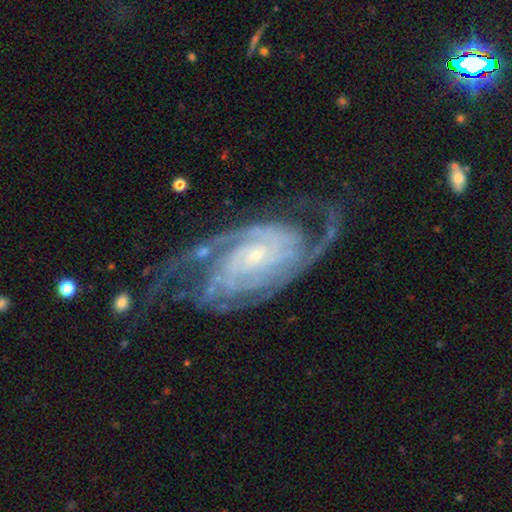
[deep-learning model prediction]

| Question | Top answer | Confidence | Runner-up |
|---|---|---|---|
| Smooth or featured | featured or disk | 91% | star or artifact (5%) |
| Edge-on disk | no | 96% | yes (4%) |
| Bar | no | 60% | weak (28%) |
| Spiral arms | yes | 98% | no (2%) |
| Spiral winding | tight | 59% | medium (34%) |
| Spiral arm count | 2 | 39% | 3 (19%) |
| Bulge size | small | 81% | moderate (13%) |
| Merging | none | 64% | minor disturbance (18%) |